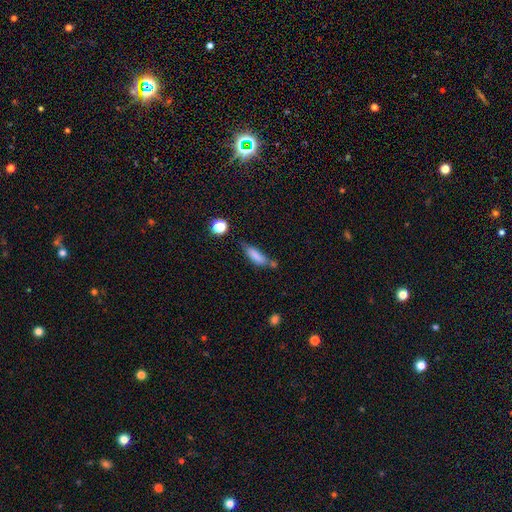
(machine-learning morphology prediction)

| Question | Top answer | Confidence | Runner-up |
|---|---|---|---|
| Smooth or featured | smooth | 78% | featured or disk (13%) |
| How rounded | cigar-shaped | 56% | in between (41%) |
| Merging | none | 45% | minor disturbance (27%) |